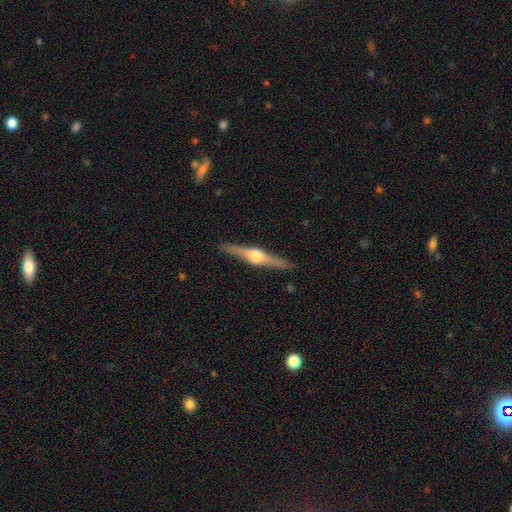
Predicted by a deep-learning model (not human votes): A featured or disk galaxy (81%) viewed edge-on (98%) with a rounded central bulge (95%). Merging: none (90%).